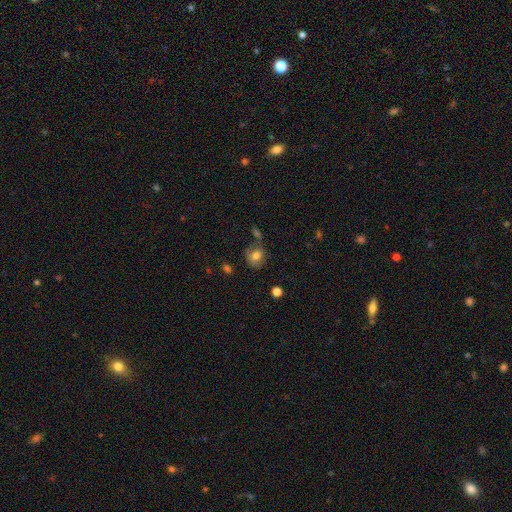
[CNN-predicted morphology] The model was most divided on "how rounded": round: 62%, in between: 37%, cigar-shaped: 1%. More confident: smooth or featured — smooth (75%); merging — none (54%).